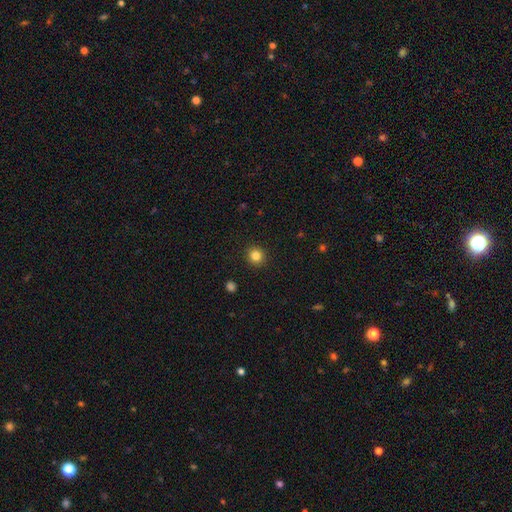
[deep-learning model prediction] This appears to be a smooth galaxy with no disk features (84%) that is round (92%). Merging: none (93%).